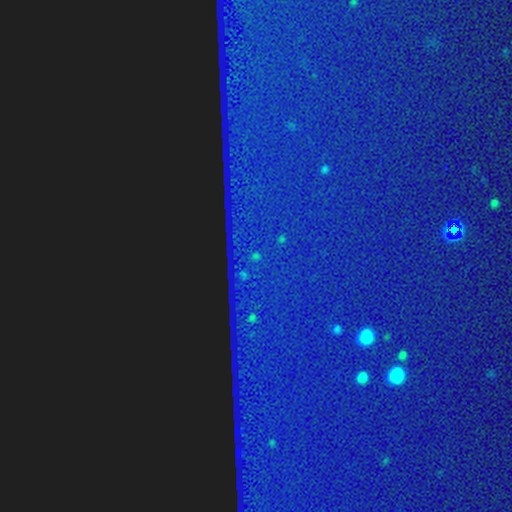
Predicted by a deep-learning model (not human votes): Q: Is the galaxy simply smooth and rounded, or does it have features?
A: star or artifact — 85%.